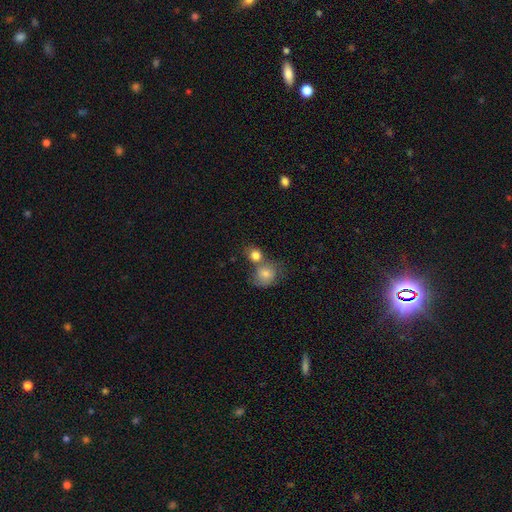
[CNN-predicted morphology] A smooth galaxy with no disk features (81%) that is round (73%). Merging: merger (45%).